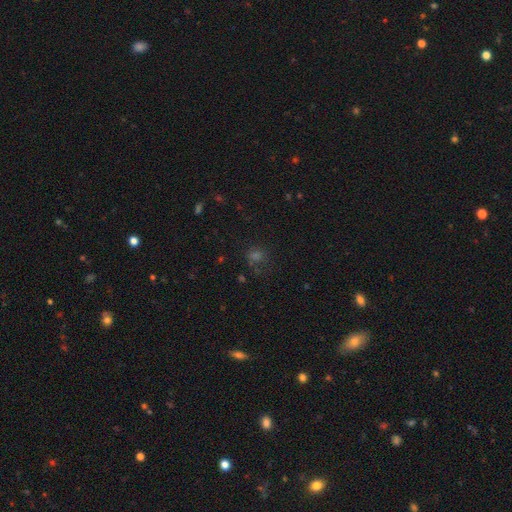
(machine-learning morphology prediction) A smooth galaxy with no disk features (50%). Merging: none (67%).